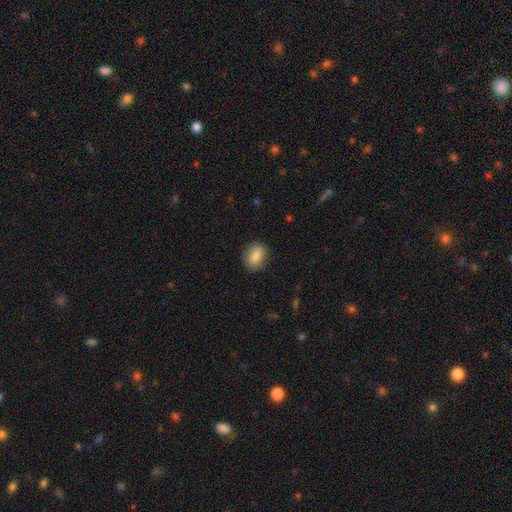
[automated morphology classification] smooth 83%, featured or disk 9%, star or artifact 8%. Down the decision tree: how rounded — in between (58%); merging — none (87%).